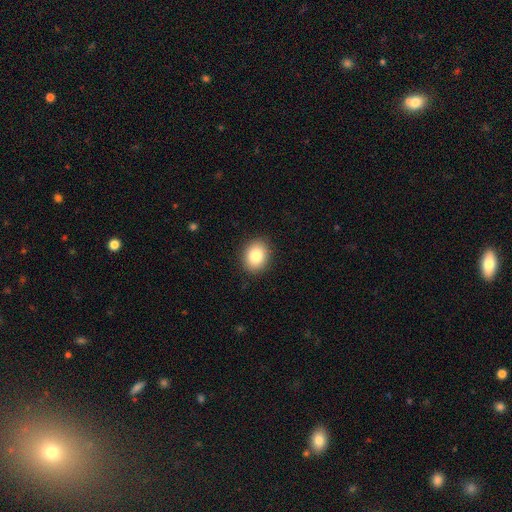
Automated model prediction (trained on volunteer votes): smooth 84%, star or artifact 8%, featured or disk 8%. Down the decision tree: how rounded — in between (53%); merging — none (89%).